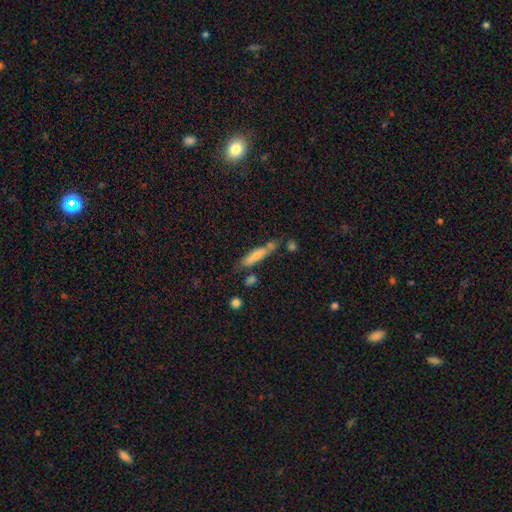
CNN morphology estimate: A smooth galaxy with no disk features (67%) that is cigar-shaped (78%).

Vote fractions:
- Smooth or featured? smooth: 67% / featured or disk: 26% / star or artifact: 7%
- How rounded? cigar-shaped: 78% / in between: 20% / round: 2%
- Merging? none: 58% / minor disturbance: 20% / merger: 16% / major disturbance: 6%